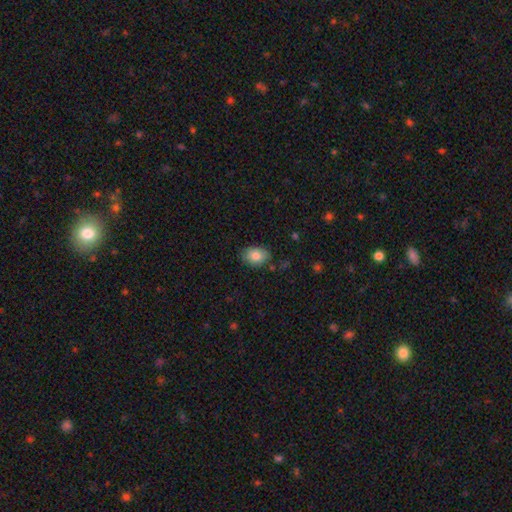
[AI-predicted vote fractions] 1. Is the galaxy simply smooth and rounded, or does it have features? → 82% smooth, 10% featured or disk, 8% star or artifact.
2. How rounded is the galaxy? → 77% in between, 22% round, 1% cigar-shaped.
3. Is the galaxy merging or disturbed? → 82% none, 14% minor disturbance, 3% major disturbance, 2% merger.